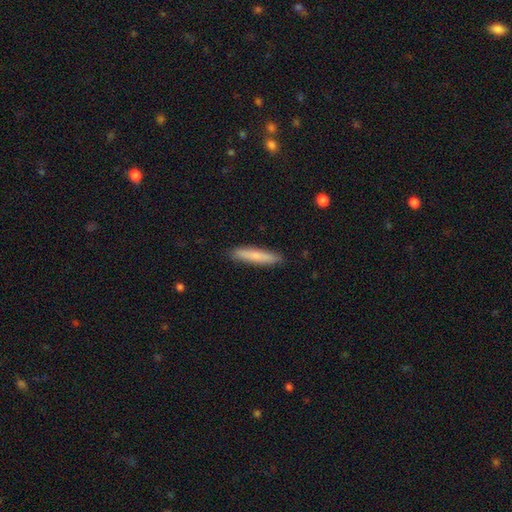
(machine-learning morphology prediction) A smooth galaxy with no disk features (74%) that is cigar-shaped (90%).

Vote fractions:
- Smooth or featured? smooth: 74% / featured or disk: 20% / star or artifact: 6%
- How rounded? cigar-shaped: 90% / in between: 9% / round: 1%
- Merging? none: 90% / minor disturbance: 8% / major disturbance: 2% / merger: 1%